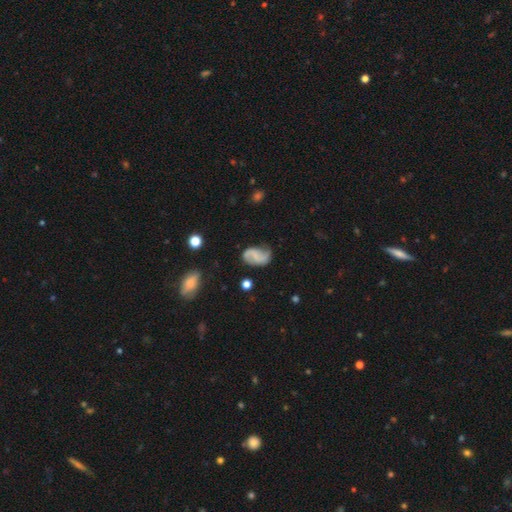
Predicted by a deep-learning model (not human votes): This is likely a featured or disk galaxy (64%). It is clearly not viewed edge-on (97%). Bar: possibly no (48%). Spiral arm pattern: clearly yes (92%). Spiral arm count: clearly 2 (88%). Spiral winding: possibly loose (56%). Central bulge: possibly none (58%). Merging: likely none (68%).